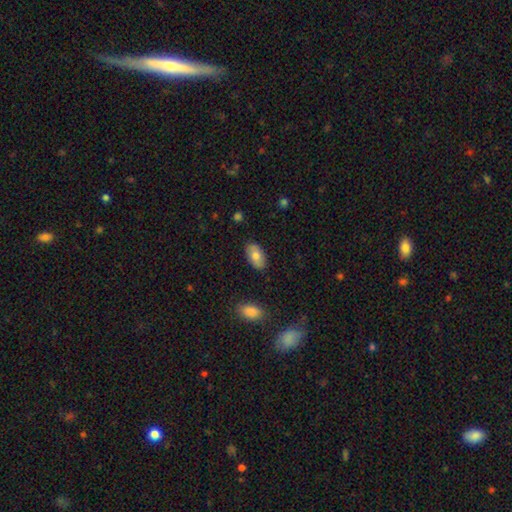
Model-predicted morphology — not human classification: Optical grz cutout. It shows a smooth galaxy with no disk features (73%) that is in between round and cigar-shaped (94%). Merging: none (85%).